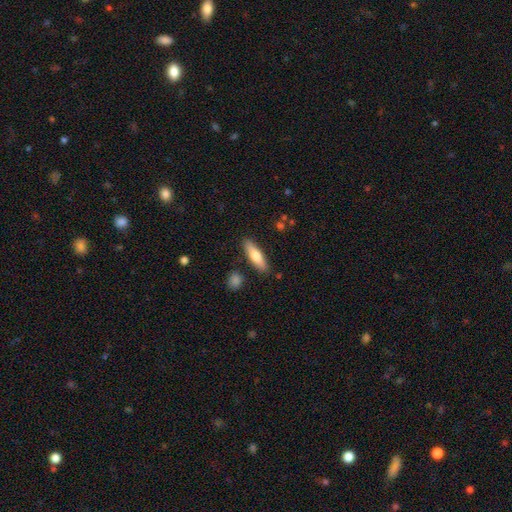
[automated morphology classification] Overall: smooth (67%). How rounded: cigar-shaped (61%; in between 37%). Merging: none (86%).